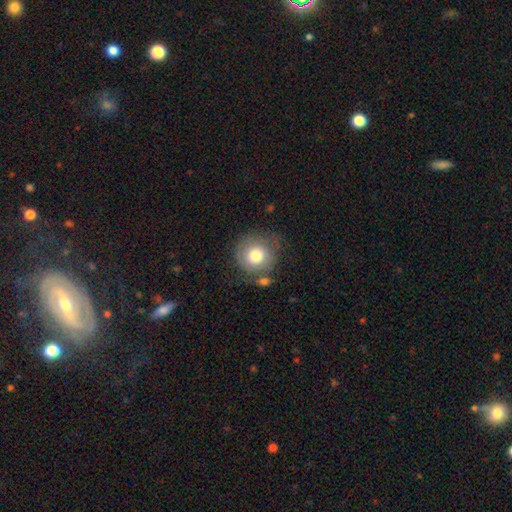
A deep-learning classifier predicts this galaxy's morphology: A smooth galaxy with no disk features (61%) that is round (91%).

Vote fractions:
- Smooth or featured? smooth: 61% / featured or disk: 31% / star or artifact: 7%
- How rounded? round: 91% / in between: 8% / cigar-shaped: 1%
- Merging? none: 62% / minor disturbance: 19% / major disturbance: 10% / merger: 8%